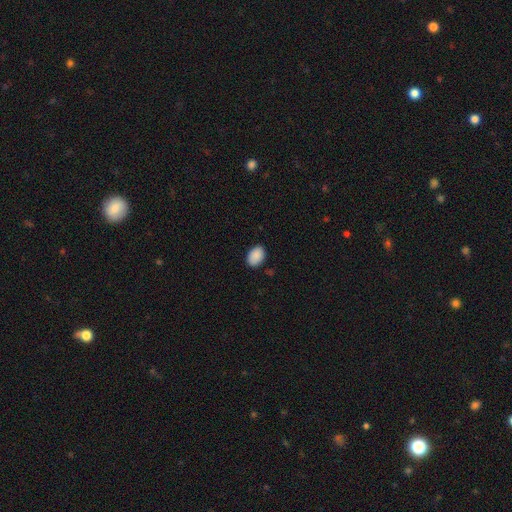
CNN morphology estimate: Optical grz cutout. It shows a smooth galaxy with no disk features (90%) that is in between round and cigar-shaped (82%). Merging: none (86%).